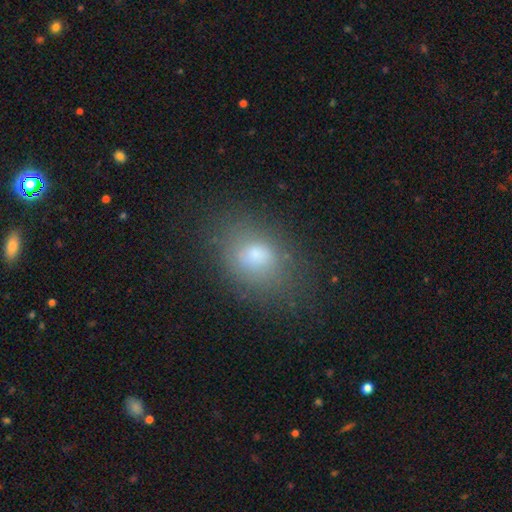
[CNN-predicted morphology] Q: Smooth or featured?
A: smooth (72%); runner-up: featured or disk (16%)
Q: How rounded?
A: in between (67%); runner-up: round (31%)
Q: Merging?
A: none (69%); runner-up: minor disturbance (19%)